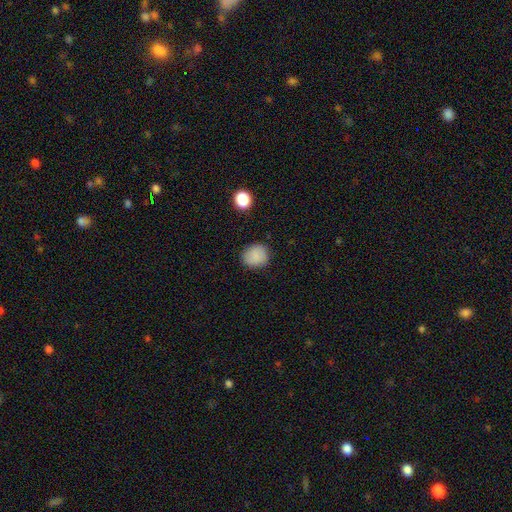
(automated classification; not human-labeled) A smooth galaxy with no disk features (86%) that is round (73%). Merging: none (85%).